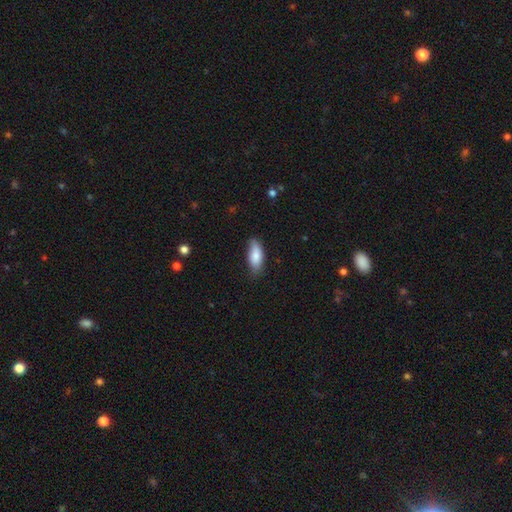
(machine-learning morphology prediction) Smooth or featured: smooth — 81% (featured or disk — 13%)
How rounded: in between — 80% (cigar-shaped — 18%)
Merging: none — 76% (minor disturbance — 20%)